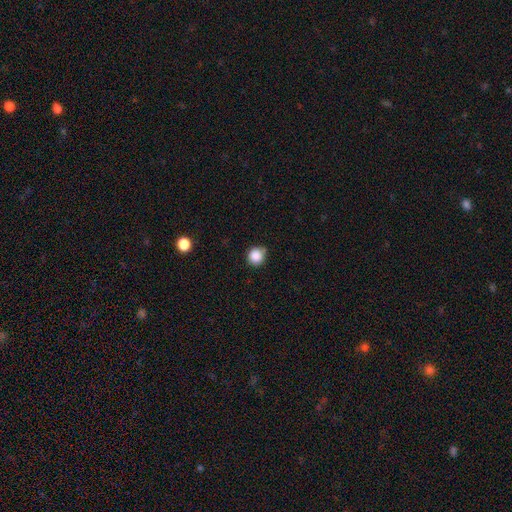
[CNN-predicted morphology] Smooth or featured?
  - smooth: 86% *
  - star or artifact: 10%
  - featured or disk: 3%
How rounded?
  - round: 92% *
  - in between: 7%
  - cigar-shaped: 1%
Merging?
  - none: 73% *
  - minor disturbance: 18%
  - merger: 5%
  - major disturbance: 4%